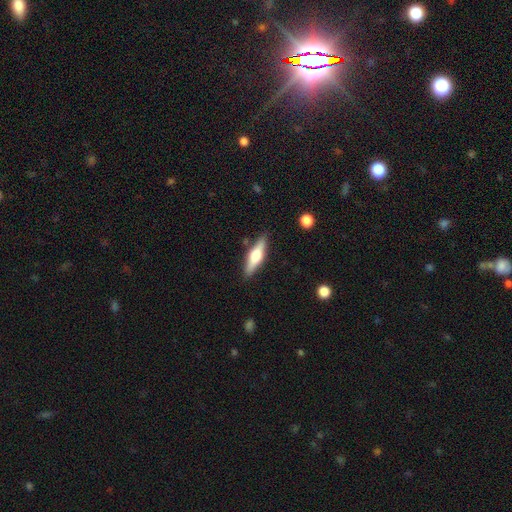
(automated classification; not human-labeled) Smooth or featured? Predicted: featured or disk (p=0.54). Edge-on disk? Predicted: yes (p=0.94). Edge-on bulge? Predicted: rounded (p=0.91). Merging? Predicted: none (p=0.86).